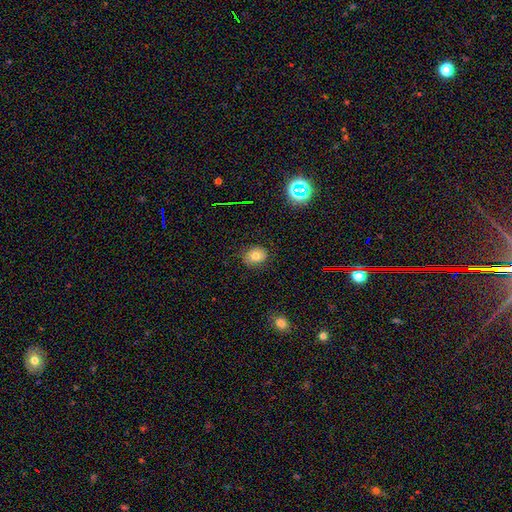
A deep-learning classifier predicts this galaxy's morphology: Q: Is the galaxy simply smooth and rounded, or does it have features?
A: smooth — 67%.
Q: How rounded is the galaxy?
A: round — 64%.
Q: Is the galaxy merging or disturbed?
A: none — 79%.